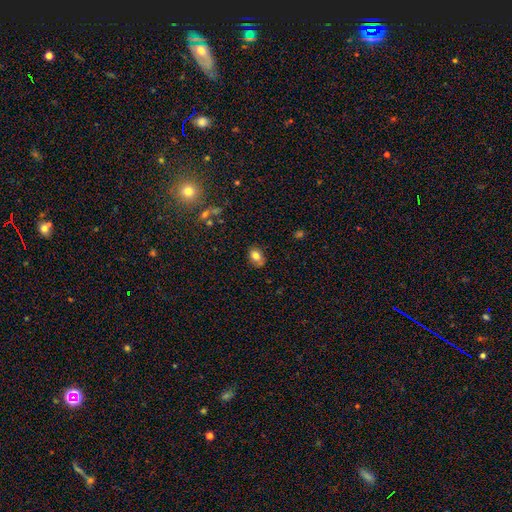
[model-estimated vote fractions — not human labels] Overall: smooth (78%). How rounded: in between (76%). Merging: none (69%).